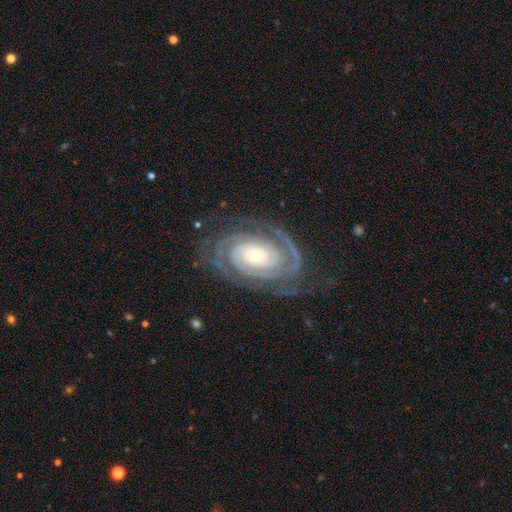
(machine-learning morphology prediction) Smooth or featured? Predicted: featured or disk (p=0.91). Edge-on disk? Predicted: no (p=0.97). Bar? Predicted: no (p=0.74). Spiral arms? Predicted: yes (p=0.98). Spiral winding? Predicted: tight (p=0.80). Spiral arm count? Predicted: 2 (p=0.50). Bulge size? Predicted: small (p=0.58). Merging? Predicted: none (p=0.77).